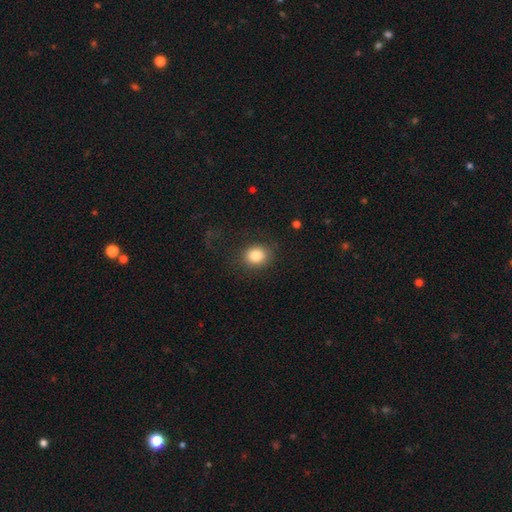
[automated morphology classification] smooth 84%, star or artifact 9%, featured or disk 7%. Down the decision tree: how rounded — round (66%); merging — none (80%).